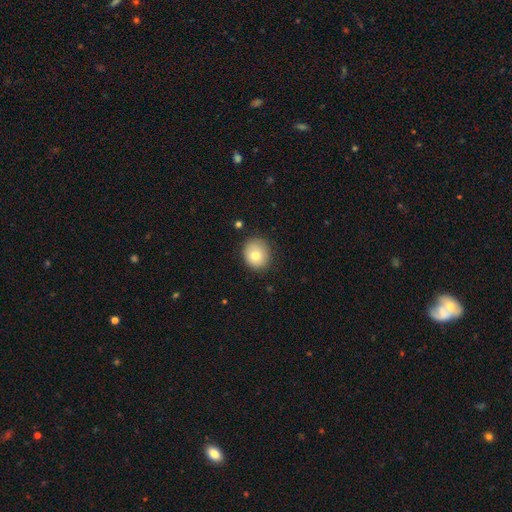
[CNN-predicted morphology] type=smooth (77%); roundness=round (75%); merging=none (82%).